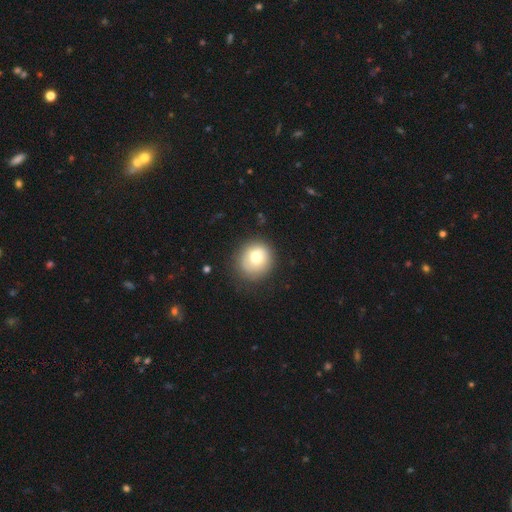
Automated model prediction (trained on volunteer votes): A smooth galaxy with no disk features (69%) that is round (83%).

Vote fractions:
- Smooth or featured? smooth: 69% / featured or disk: 21% / star or artifact: 9%
- How rounded? round: 83% / in between: 16% / cigar-shaped: 1%
- Merging? none: 77% / minor disturbance: 16% / major disturbance: 6% / merger: 2%